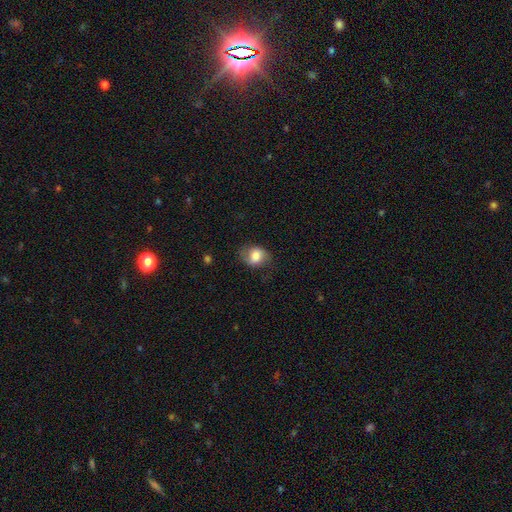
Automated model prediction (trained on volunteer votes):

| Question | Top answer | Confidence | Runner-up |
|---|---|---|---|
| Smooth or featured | smooth | 71% | featured or disk (21%) |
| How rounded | in between | 54% | round (45%) |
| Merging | none | 67% | minor disturbance (23%) |